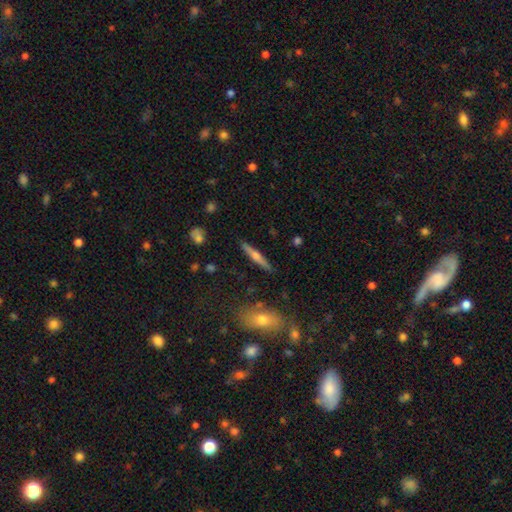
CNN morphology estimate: A featured or disk galaxy (61%) viewed edge-on (97%) with a rounded central bulge (89%).

Vote fractions:
- Smooth or featured? featured or disk: 61% / smooth: 32% / star or artifact: 7%
- Edge-on disk? yes: 97% / no: 3%
- Edge-on bulge? rounded: 89% / none: 6% / boxy: 4%
- Merging? none: 88% / minor disturbance: 7% / merger: 2% / major disturbance: 2%